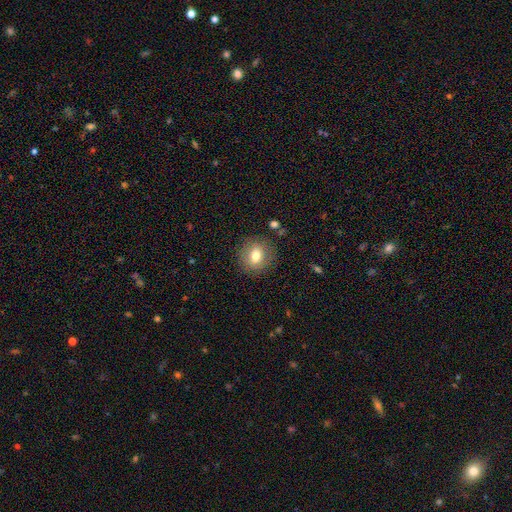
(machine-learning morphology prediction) This appears to be a smooth galaxy with no disk features (73%) that is round (78%). Merging: none (86%).